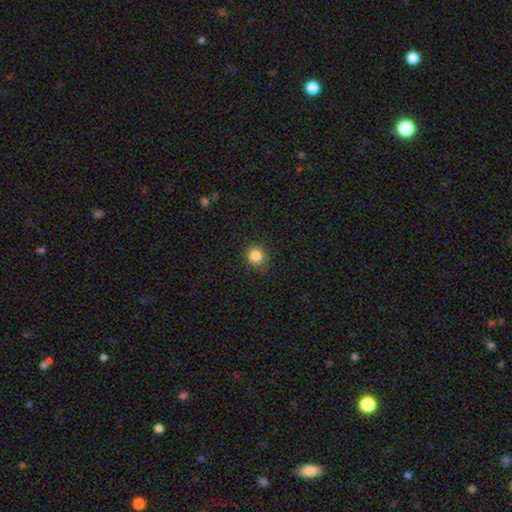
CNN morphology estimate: smooth 84%, star or artifact 12%, featured or disk 4%. Down the decision tree: how rounded — round (91%); merging — none (86%).